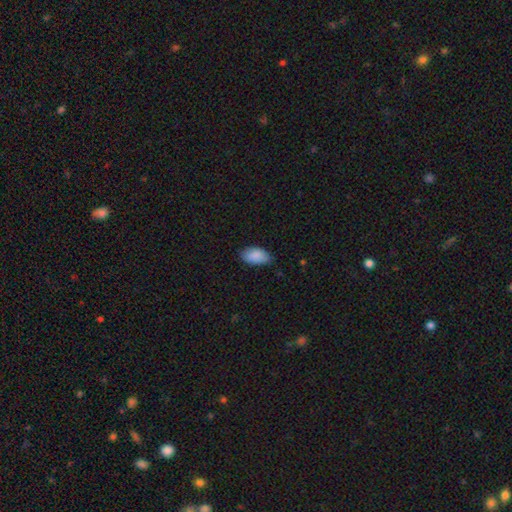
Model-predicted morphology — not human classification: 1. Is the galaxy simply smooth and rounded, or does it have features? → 88% smooth, 7% star or artifact, 5% featured or disk.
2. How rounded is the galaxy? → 94% in between, 4% round, 2% cigar-shaped.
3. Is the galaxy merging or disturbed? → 71% none, 24% minor disturbance, 3% major disturbance, 1% merger.